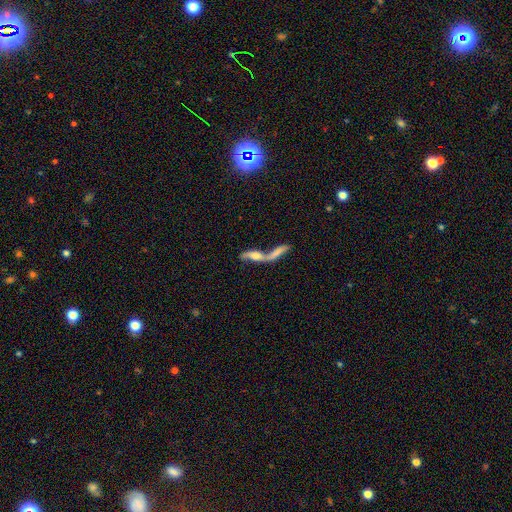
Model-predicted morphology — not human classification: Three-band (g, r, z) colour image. It shows a featured or disk galaxy (54%). Merging: merger (69%).